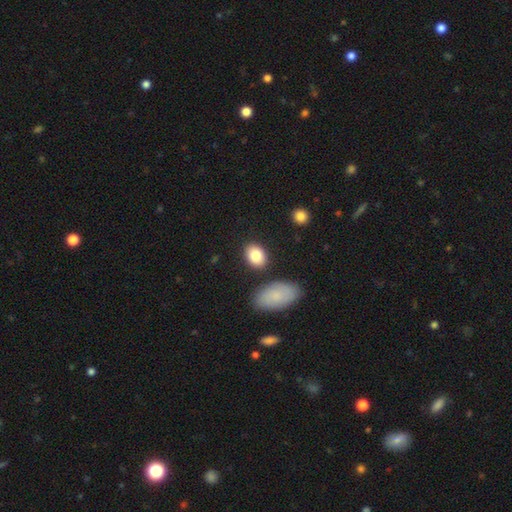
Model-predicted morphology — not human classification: A smooth galaxy with no disk features (84%) that is in between round and cigar-shaped (75%). Merging: none (81%).